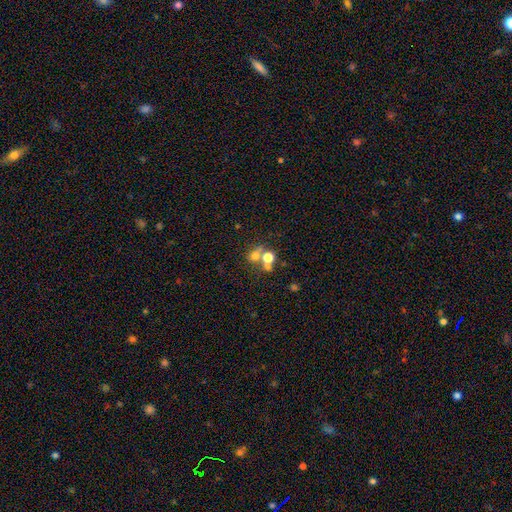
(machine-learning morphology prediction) Smooth or featured? Predicted: smooth (p=0.63). How rounded? Predicted: round (p=0.69). Merging? Predicted: merger (p=0.48).